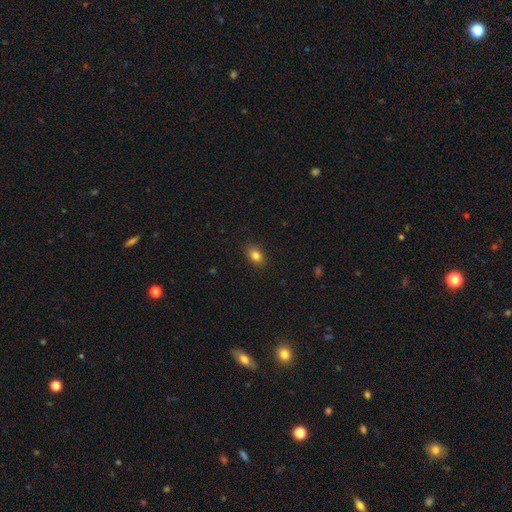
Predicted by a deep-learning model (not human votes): Smooth or featured? smooth (83%)
How rounded? in between (78%)
Merging? none (88%)